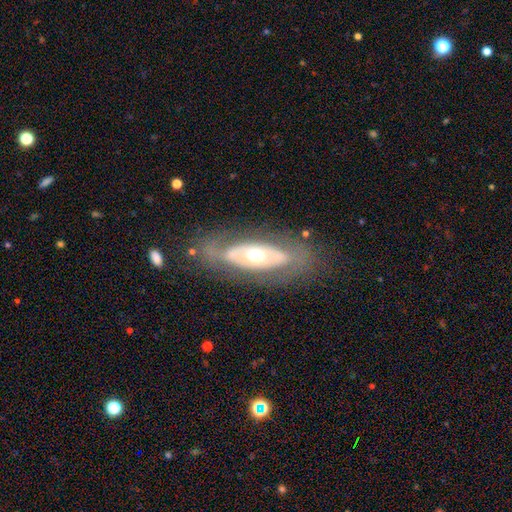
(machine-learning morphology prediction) The model was most divided on "spiral arms": no: 68%, yes: 32%. More confident: edge-on disk — no (83%); bar — no (81%); merging — none (71%); smooth or featured — featured or disk (69%); bulge size — moderate (67%).